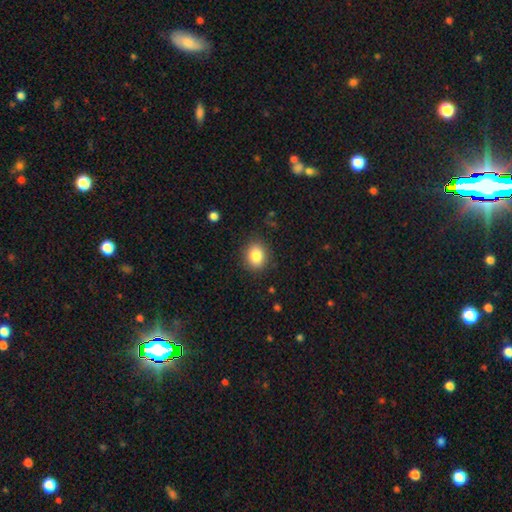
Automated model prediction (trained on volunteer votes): This appears to be a smooth galaxy with no disk features (85%) that is round (58%). Merging: none (87%).